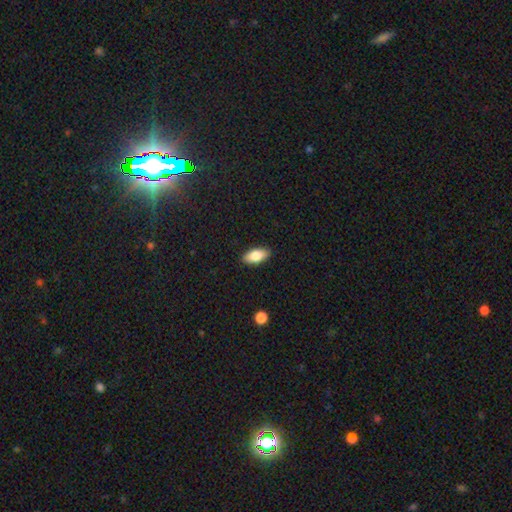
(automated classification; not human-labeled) Q: Smooth or featured?
A: smooth (82%); runner-up: featured or disk (11%)
Q: How rounded?
A: in between (90%); runner-up: cigar-shaped (7%)
Q: Merging?
A: none (89%); runner-up: minor disturbance (8%)